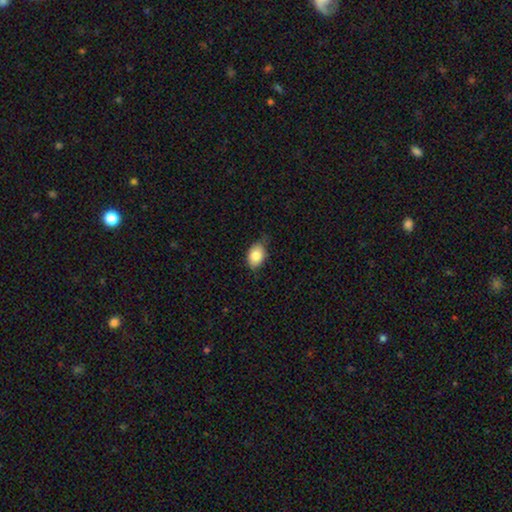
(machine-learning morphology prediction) smooth 83%, featured or disk 10%, star or artifact 8%. Down the decision tree: how rounded — in between (81%); merging — none (66%).